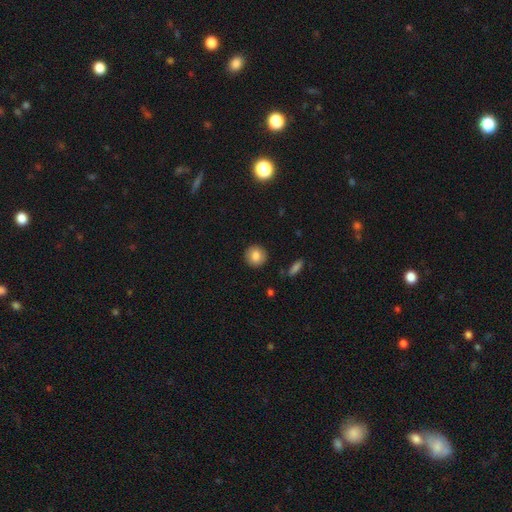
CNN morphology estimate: A smooth galaxy with no disk features (81%) that is round (89%). Merging: none (89%).